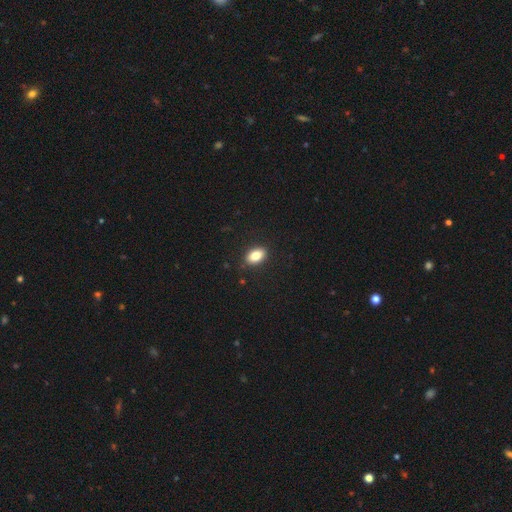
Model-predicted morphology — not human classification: Overall: smooth (83%). How rounded: in between (89%). Merging: none (87%).